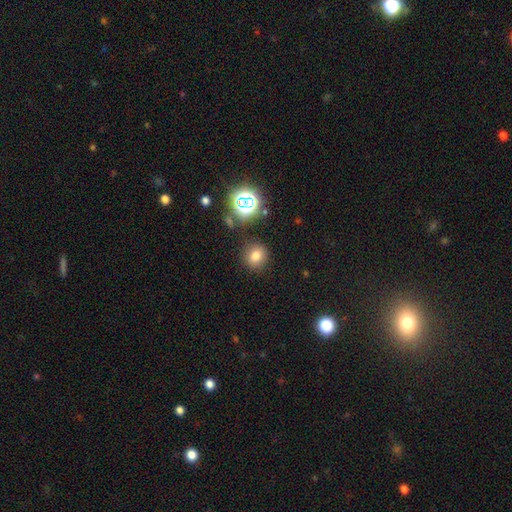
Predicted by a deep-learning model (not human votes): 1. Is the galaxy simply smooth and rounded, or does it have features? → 74% smooth, 18% star or artifact, 8% featured or disk.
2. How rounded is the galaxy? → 79% round, 20% in between, 1% cigar-shaped.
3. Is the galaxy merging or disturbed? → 85% none, 9% minor disturbance, 3% merger, 3% major disturbance.